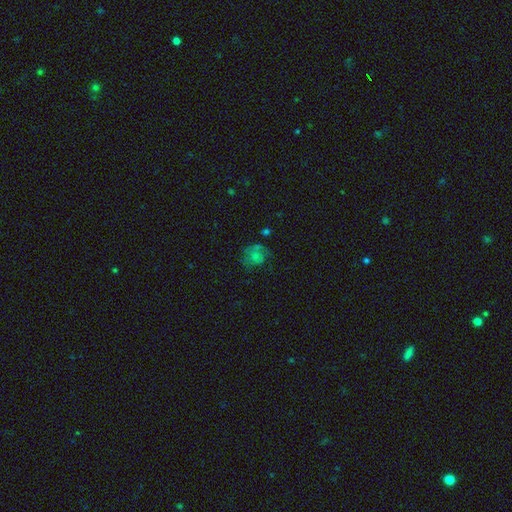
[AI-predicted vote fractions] Smooth or featured? Predicted: smooth (p=0.52). How rounded? Predicted: round (p=0.66). Merging? Predicted: none (p=0.44).